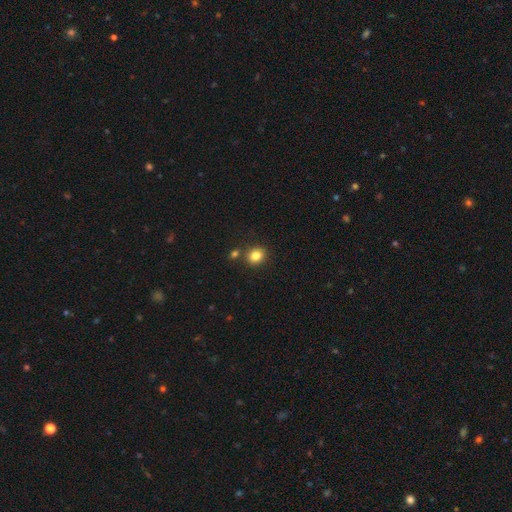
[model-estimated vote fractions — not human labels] Smooth or featured? Predicted: smooth (p=0.83). How rounded? Predicted: round (p=0.71). Merging? Predicted: none (p=0.79).